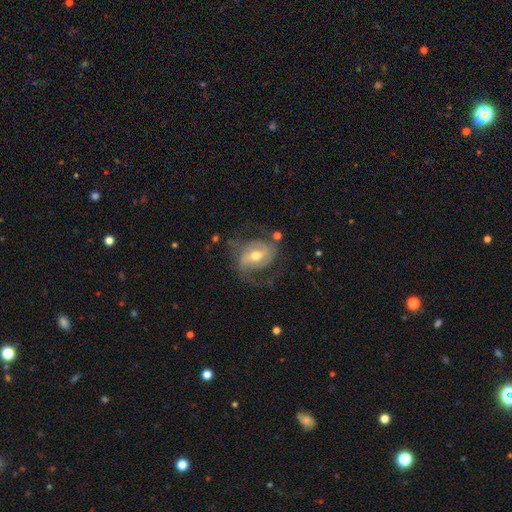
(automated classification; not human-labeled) Smooth or featured?
  - featured or disk: 78% *
  - smooth: 16%
  - star or artifact: 6%
Edge-on disk?
  - no: 96% *
  - yes: 4%
Bar?
  - weak: 46% *
  - no: 27%
  - strong: 27%
Spiral arms?
  - yes: 86% *
  - no: 14%
Spiral winding?
  - medium: 44% *
  - loose: 30%
  - tight: 26%
Spiral arm count?
  - 2: 66% *
  - can't tell: 15%
  - 1: 9%
  - 3: 6%
  - 4: 2%
  - more than 4: 2%
Bulge size?
  - moderate: 73% *
  - small: 20%
  - large: 5%
  - none: 1%
  - dominant: 1%
Merging?
  - none: 54% *
  - major disturbance: 22%
  - minor disturbance: 22%
  - merger: 3%